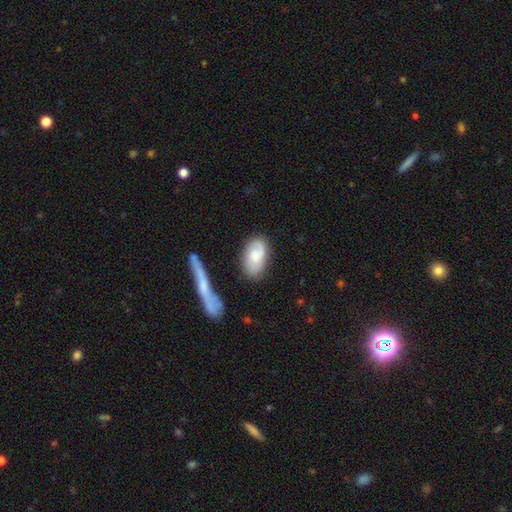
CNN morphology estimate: Smooth or featured?
  - smooth: 61% *
  - featured or disk: 32%
  - star or artifact: 6%
How rounded?
  - in between: 91% *
  - round: 6%
  - cigar-shaped: 3%
Merging?
  - none: 66% *
  - minor disturbance: 21%
  - major disturbance: 7%
  - merger: 6%